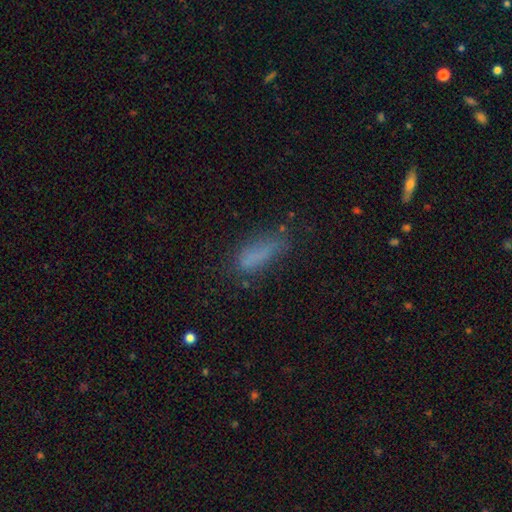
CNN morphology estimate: Q: Smooth or featured?
A: smooth (74%); runner-up: featured or disk (14%)
Q: How rounded?
A: in between (54%); runner-up: cigar-shaped (44%)
Q: Merging?
A: none (55%); runner-up: minor disturbance (26%)